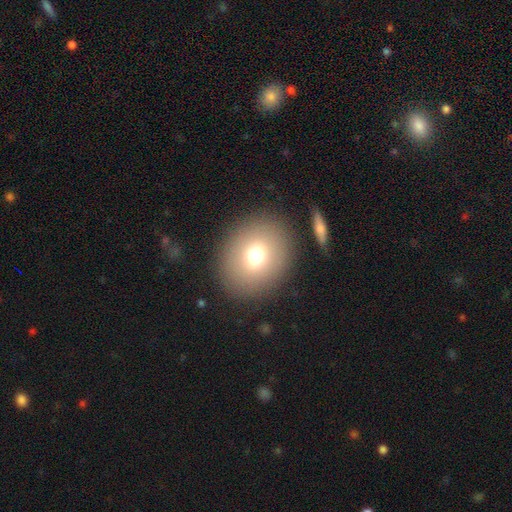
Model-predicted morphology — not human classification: Q: Smooth or featured?
A: smooth (71%); runner-up: featured or disk (15%)
Q: How rounded?
A: round (61%); runner-up: in between (38%)
Q: Merging?
A: none (86%); runner-up: minor disturbance (7%)